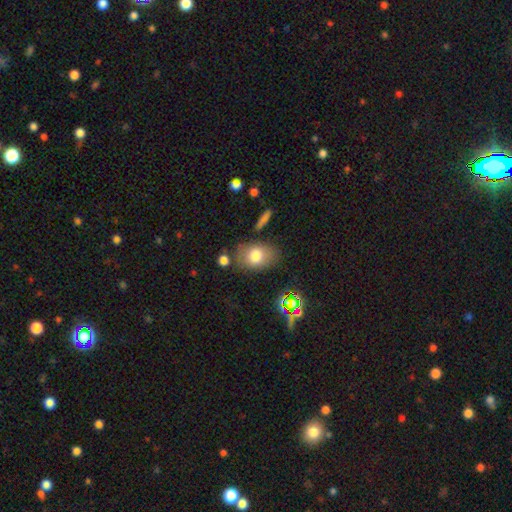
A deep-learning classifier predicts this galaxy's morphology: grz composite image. It shows a smooth galaxy with no disk features (74%) that is in between round and cigar-shaped (78%). Merging: none (71%).